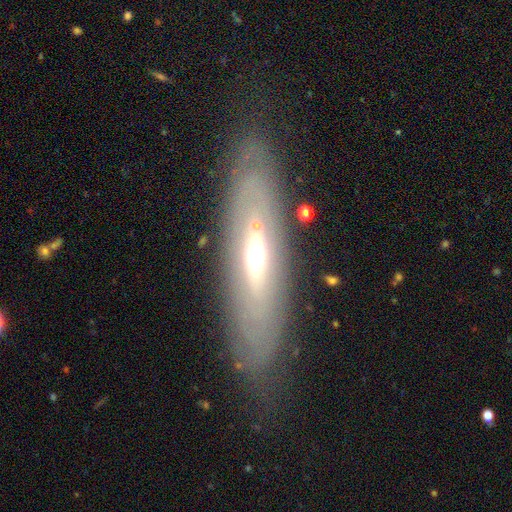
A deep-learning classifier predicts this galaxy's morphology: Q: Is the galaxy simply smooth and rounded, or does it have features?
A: featured or disk — 66%.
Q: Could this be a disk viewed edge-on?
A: no — 59%.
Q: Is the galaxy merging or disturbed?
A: none — 76%.